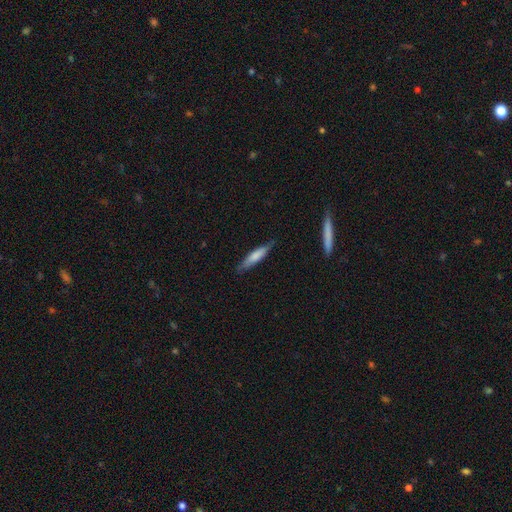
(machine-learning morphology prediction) smooth-or-featured: smooth: 66% | featured or disk: 28% | star or artifact: 6%
  how-rounded: cigar-shaped: 79% | in between: 20% | round: 1%
  merging: none: 76% | minor disturbance: 19% | major disturbance: 3% | merger: 2%